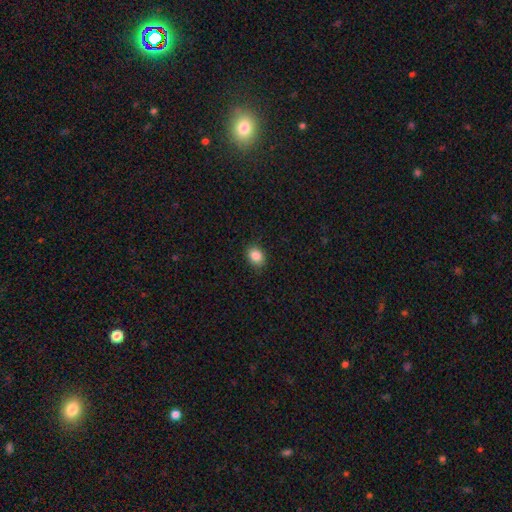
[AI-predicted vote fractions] This appears to be a smooth galaxy with no disk features (87%) that is in between round and cigar-shaped (59%). Merging: none (86%).